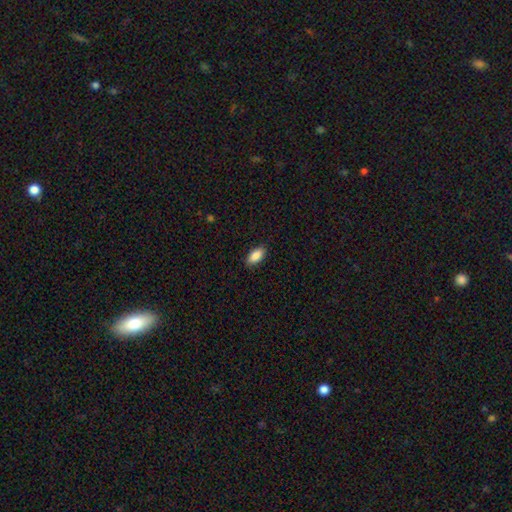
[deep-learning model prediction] Morphology: type=smooth (88%); roundness=in between (91%); merging=none (88%).